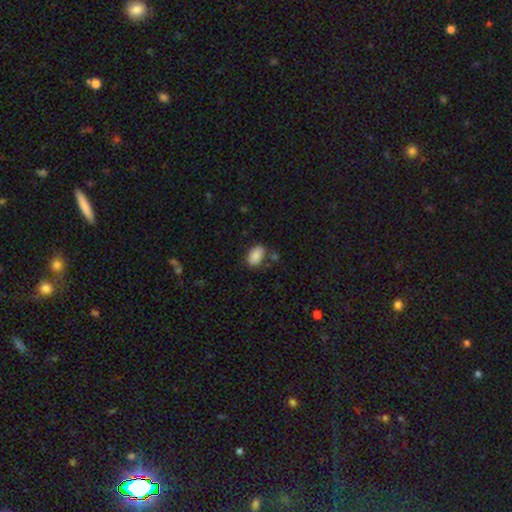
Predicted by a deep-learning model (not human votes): Q: Smooth or featured?
A: smooth (84%); runner-up: featured or disk (8%)
Q: How rounded?
A: in between (90%); runner-up: round (9%)
Q: Merging?
A: none (75%); runner-up: minor disturbance (15%)